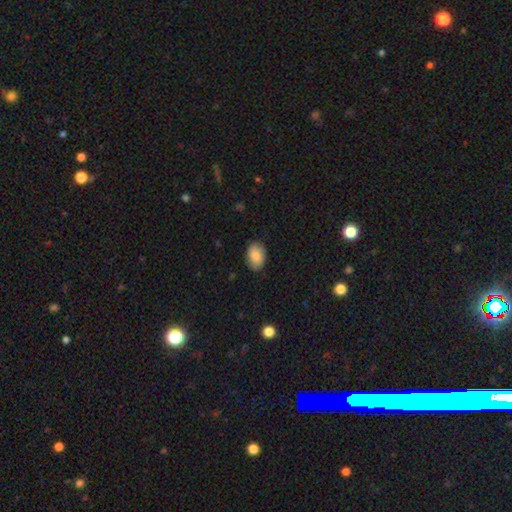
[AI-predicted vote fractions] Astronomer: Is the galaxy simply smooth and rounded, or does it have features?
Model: smooth — 85%.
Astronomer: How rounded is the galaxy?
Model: in between — 86%.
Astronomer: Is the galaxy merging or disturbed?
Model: none — 85%.